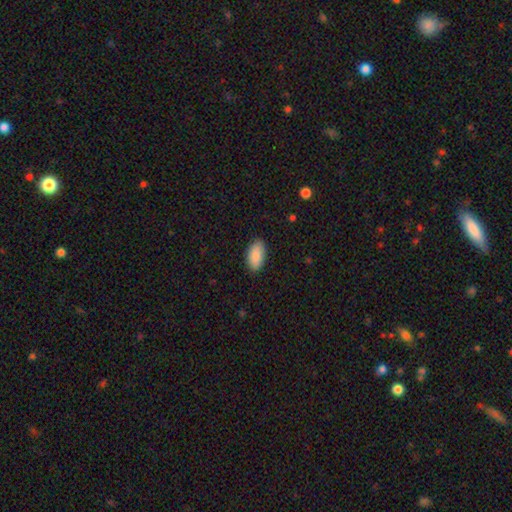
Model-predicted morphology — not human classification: A smooth galaxy with no disk features (90%) that is in between round and cigar-shaped (95%). Merging: none (88%).